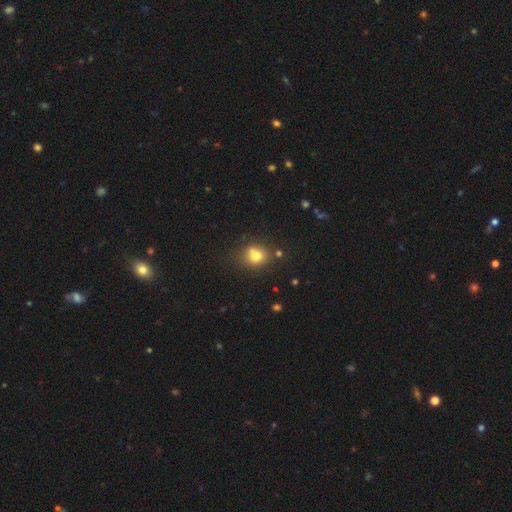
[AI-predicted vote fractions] Smooth or featured? Predicted: smooth (p=0.74). How rounded? Predicted: round (p=0.72). Merging? Predicted: none (p=0.62).